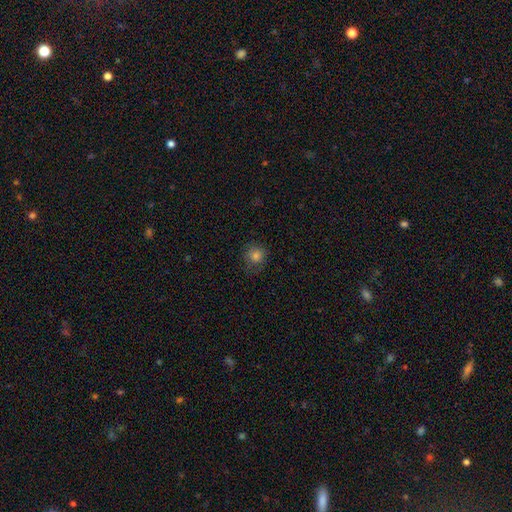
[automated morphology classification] Overall: smooth (80%). How rounded: round (86%). Merging: none (76%).